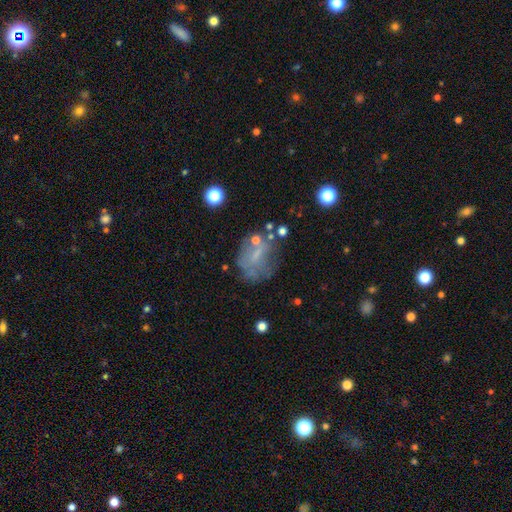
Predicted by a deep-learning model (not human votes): smooth_or_featured: featured or disk (p=0.43) [alt: smooth p=0.40]
merging: none (p=0.44) [alt: major disturbance p=0.25]